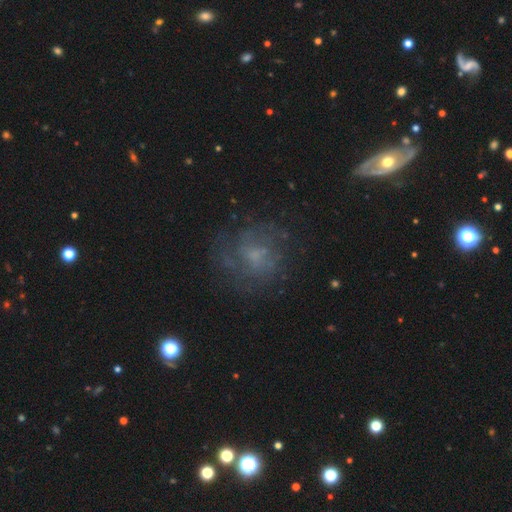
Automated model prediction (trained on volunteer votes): Morphology: type=featured or disk (58%); edge-on=no (97%); bar=no (68%); spiral arms=yes (70%); bulge=small (46%); merging=none (67%).